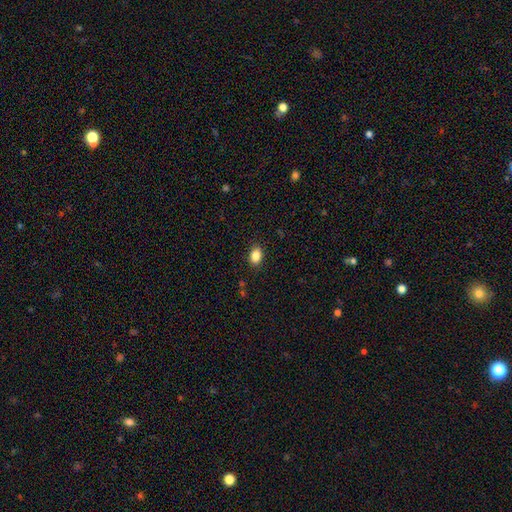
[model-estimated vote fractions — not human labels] Morphology: type=smooth (86%); roundness=in between (82%); merging=none (88%).